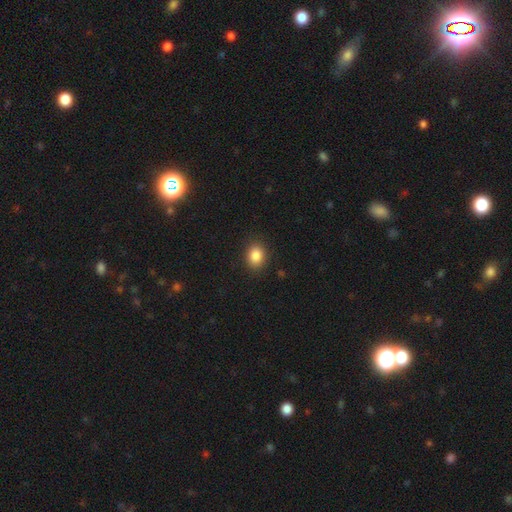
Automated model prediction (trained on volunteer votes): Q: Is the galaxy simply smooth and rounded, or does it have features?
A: smooth — 86%.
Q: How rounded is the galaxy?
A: round — 52%.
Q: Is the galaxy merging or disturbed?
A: none — 89%.